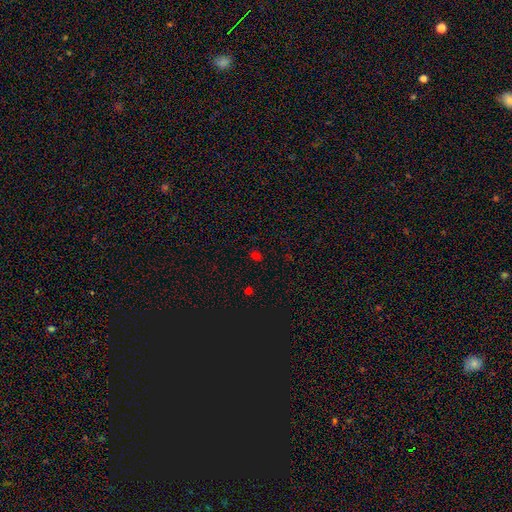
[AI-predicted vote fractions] The model was most divided on "how rounded": round: 60%, in between: 39%, cigar-shaped: 1%. More confident: merging — none (84%); smooth or featured — smooth (61%).